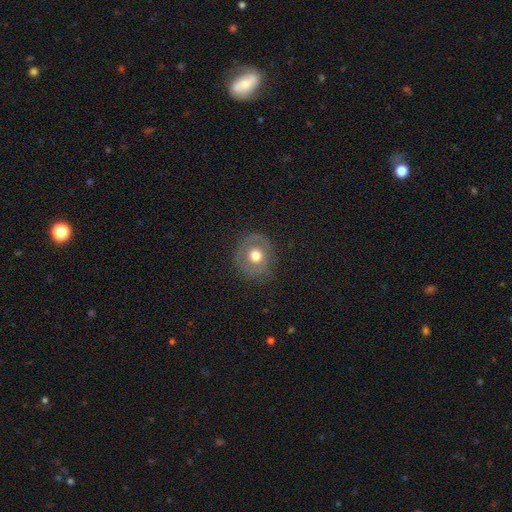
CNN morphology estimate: The model was most divided on "smooth or featured": smooth: 56%, featured or disk: 35%, star or artifact: 9%. More confident: how rounded — round (79%); merging — none (78%).